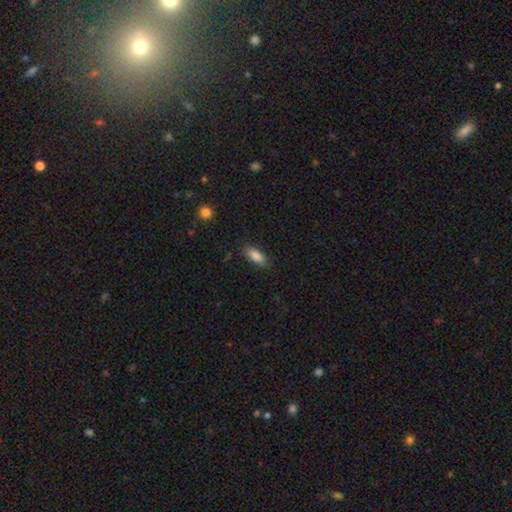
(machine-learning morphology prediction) smooth-or-featured: smooth: 86% | star or artifact: 7% | featured or disk: 7%
  how-rounded: in between: 77% | cigar-shaped: 21% | round: 2%
  merging: none: 85% | minor disturbance: 11% | major disturbance: 3% | merger: 1%